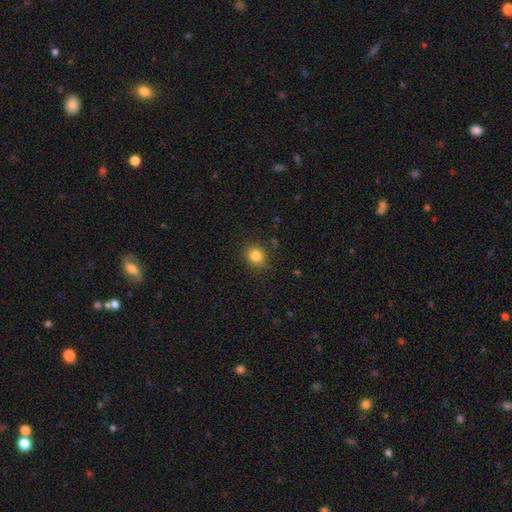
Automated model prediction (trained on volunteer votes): Morphology: type=smooth (83%); roundness=round (67%); merging=none (86%).